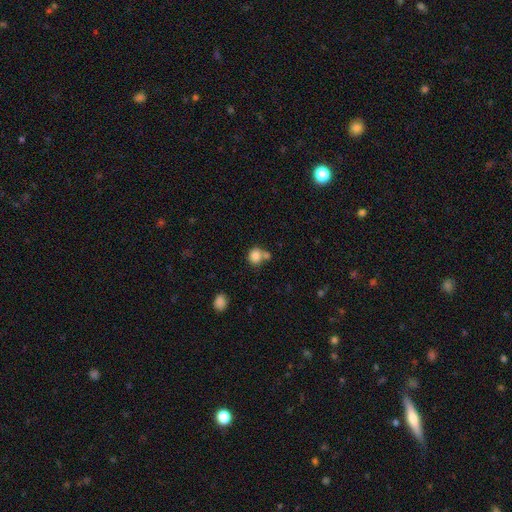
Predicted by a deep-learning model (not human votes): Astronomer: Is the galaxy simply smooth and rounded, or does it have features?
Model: smooth — 83%.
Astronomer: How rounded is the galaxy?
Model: round — 82%.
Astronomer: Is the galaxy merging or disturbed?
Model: none — 52% (runner-up: merger, 32%).